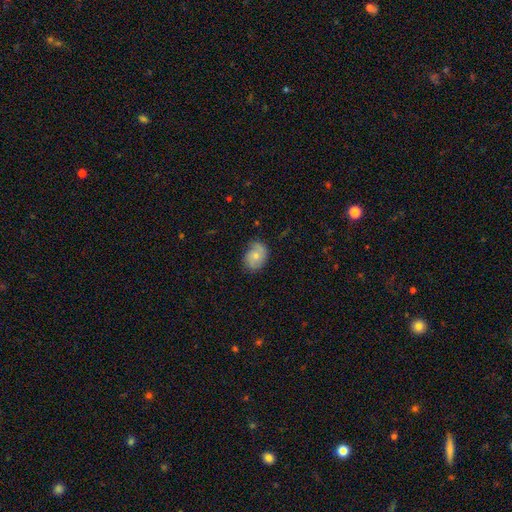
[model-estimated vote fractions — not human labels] Morphology: type=smooth (64%); roundness=in between (63%); merging=none (67%).